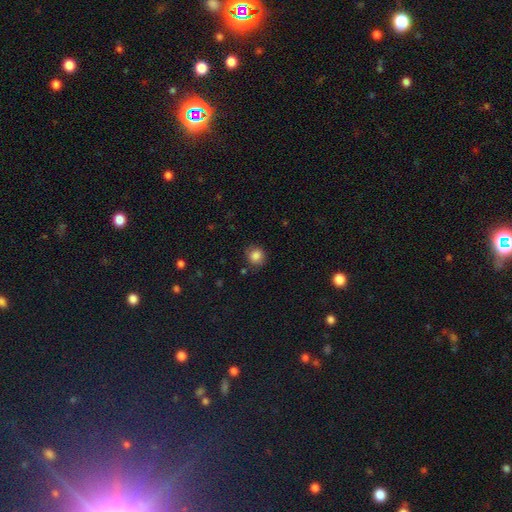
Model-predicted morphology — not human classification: smooth 84%, star or artifact 10%, featured or disk 6%. Down the decision tree: how rounded — round (85%); merging — none (79%).